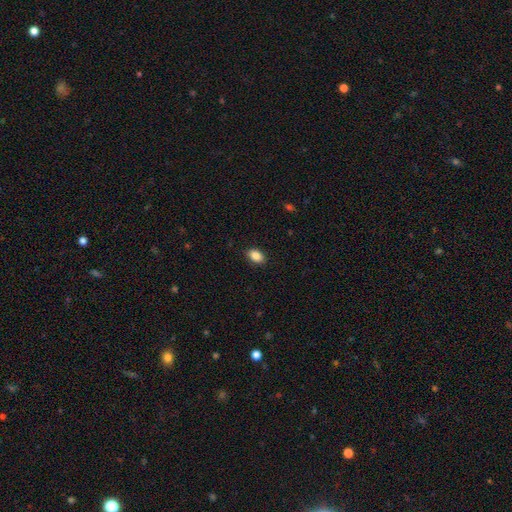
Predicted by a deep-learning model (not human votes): This appears to be a smooth galaxy with no disk features (88%) that is in between round and cigar-shaped (87%). Merging: none (89%).